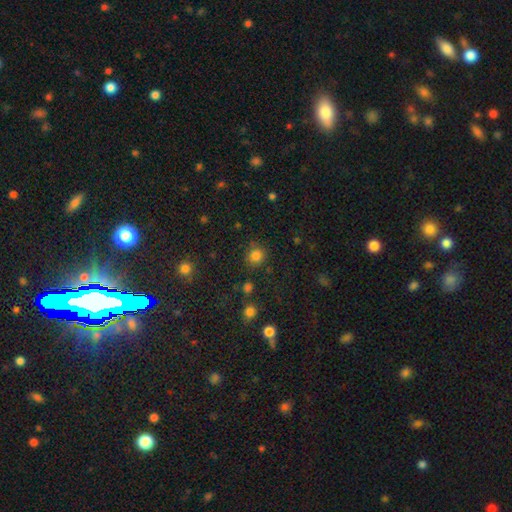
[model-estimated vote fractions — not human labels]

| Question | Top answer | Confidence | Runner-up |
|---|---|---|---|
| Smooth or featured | smooth | 82% | star or artifact (13%) |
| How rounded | round | 88% | in between (11%) |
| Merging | none | 82% | minor disturbance (11%) |